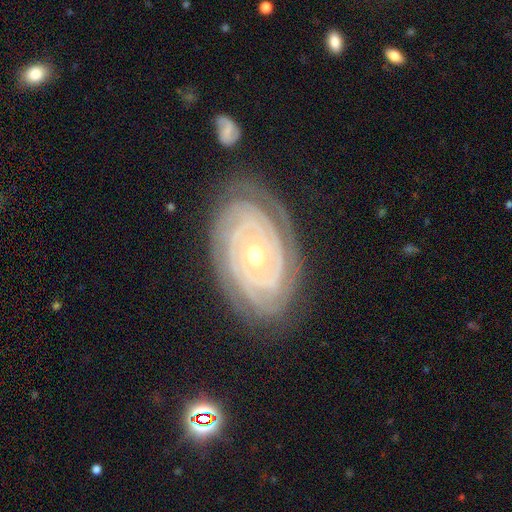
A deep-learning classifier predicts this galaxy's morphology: Smooth or featured: featured or disk — 89% (smooth — 6%)
Edge-on disk: no — 95% (yes — 5%)
Bar: no — 77% (weak — 15%)
Spiral arms: yes — 96% (no — 4%)
Spiral winding: tight — 86% (medium — 11%)
Spiral arm count: 2 — 30% (can't tell — 24%)
Bulge size: moderate — 53% (small — 43%)
Merging: none — 78% (minor disturbance — 15%)